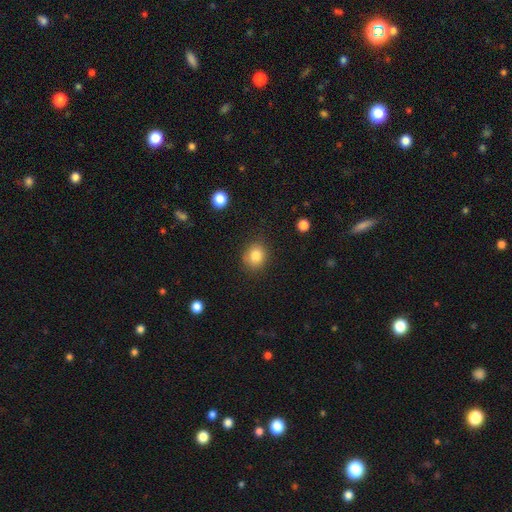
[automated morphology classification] smooth 84%, star or artifact 10%, featured or disk 6%. Down the decision tree: how rounded — round (74%); merging — none (83%).